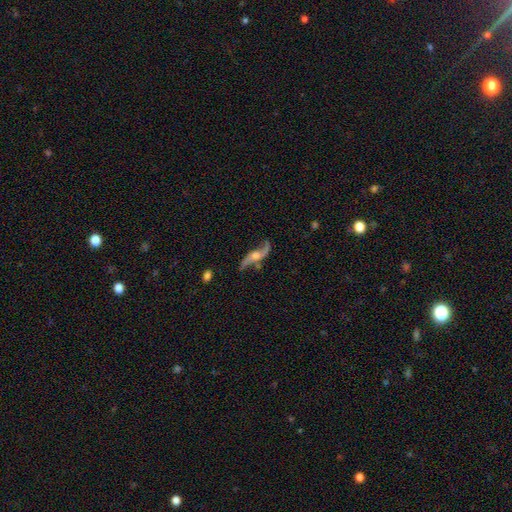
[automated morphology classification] This is clearly a featured or disk galaxy (85%). It is clearly not viewed edge-on (85%). Bar: possibly no (60%). Spiral arm pattern: clearly yes (94%). Spiral arm count: clearly 2 (92%). Spiral winding: clearly loose (89%). Central bulge: possibly moderate (50%). Merging: likely none (67%).